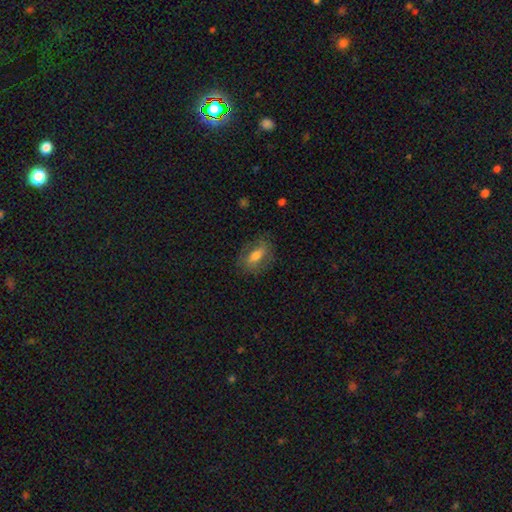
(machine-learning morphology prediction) smooth 55%, featured or disk 37%, star or artifact 8%. Down the decision tree: how rounded — in between (77%); merging — none (76%).